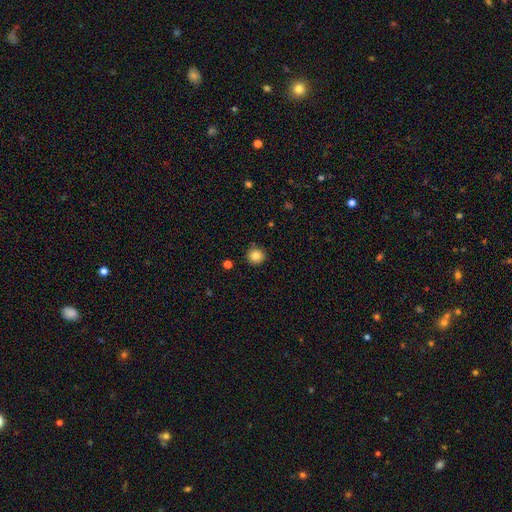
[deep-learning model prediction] This is clearly a smooth galaxy (84%). How rounded: clearly round (95%). Merging: clearly none (89%).